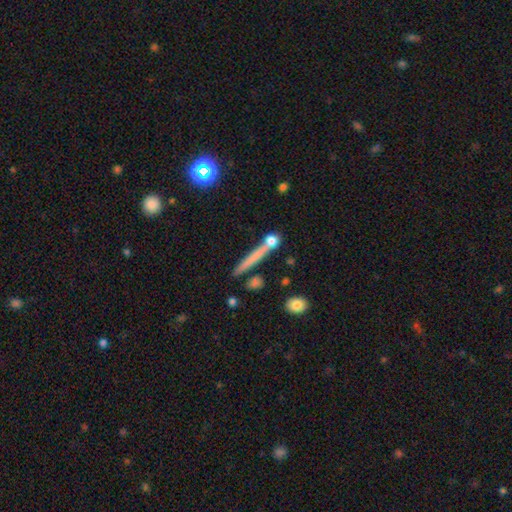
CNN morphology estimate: type=smooth (53%); roundness=cigar-shaped (89%); merging=none (75%).